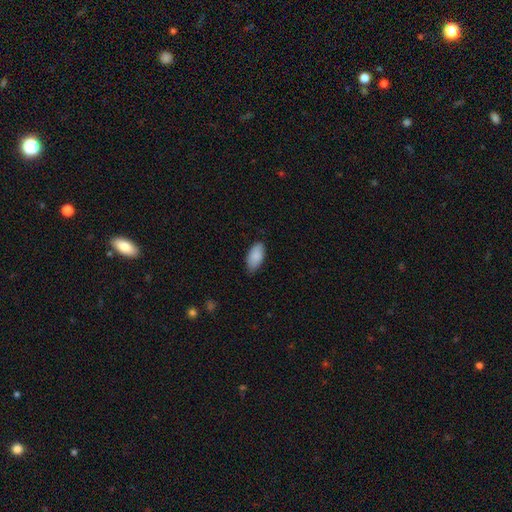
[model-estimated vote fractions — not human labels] smooth_or_featured: smooth (p=0.87) [alt: featured or disk p=0.07]
how_rounded: in between (p=0.93) [alt: cigar-shaped p=0.05]
merging: none (p=0.77) [alt: minor disturbance p=0.19]